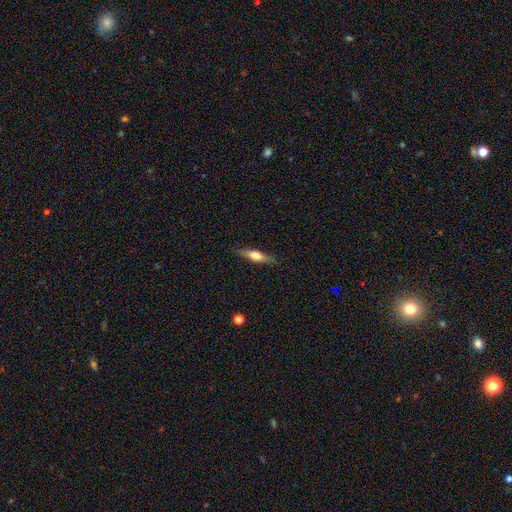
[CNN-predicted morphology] Smooth or featured? Predicted: smooth (p=0.51). How rounded? Predicted: cigar-shaped (p=0.72). Merging? Predicted: none (p=0.86).